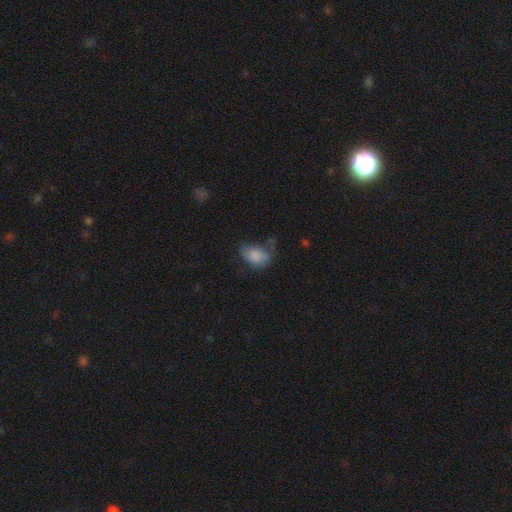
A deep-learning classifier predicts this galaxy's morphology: smooth_or_featured: smooth (p=0.81) [alt: featured or disk p=0.11]
how_rounded: in between (p=0.84) [alt: round p=0.15]
merging: none (p=0.38) [alt: minor disturbance p=0.37]